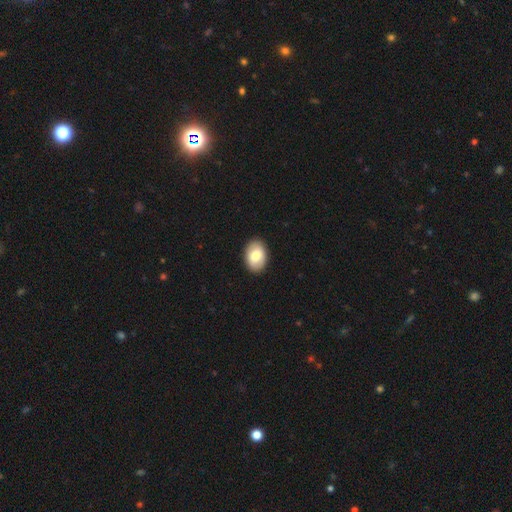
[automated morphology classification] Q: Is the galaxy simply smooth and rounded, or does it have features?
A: smooth — 79%.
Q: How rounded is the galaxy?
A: in between — 84%.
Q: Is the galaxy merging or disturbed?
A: none — 90%.